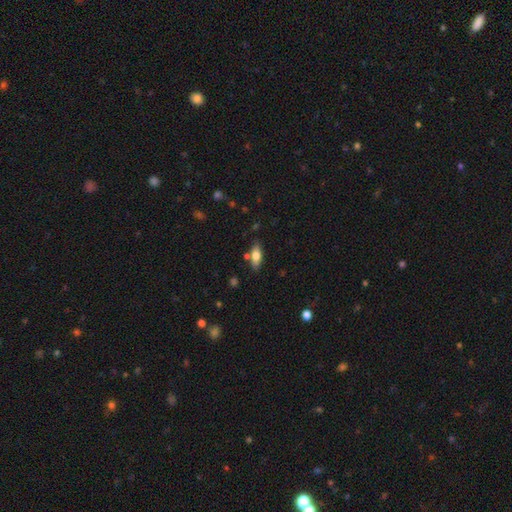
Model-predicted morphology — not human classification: A smooth galaxy with no disk features (70%) that is in between round and cigar-shaped (76%).

Vote fractions:
- Smooth or featured? smooth: 70% / featured or disk: 23% / star or artifact: 7%
- How rounded? in between: 76% / cigar-shaped: 21% / round: 3%
- Merging? none: 76% / minor disturbance: 13% / merger: 8% / major disturbance: 3%